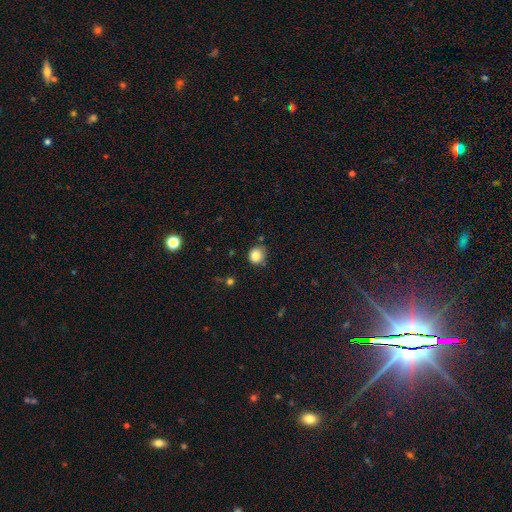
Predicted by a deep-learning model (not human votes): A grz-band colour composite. It shows a smooth galaxy with no disk features (85%) that is round (84%). Merging: none (72%).